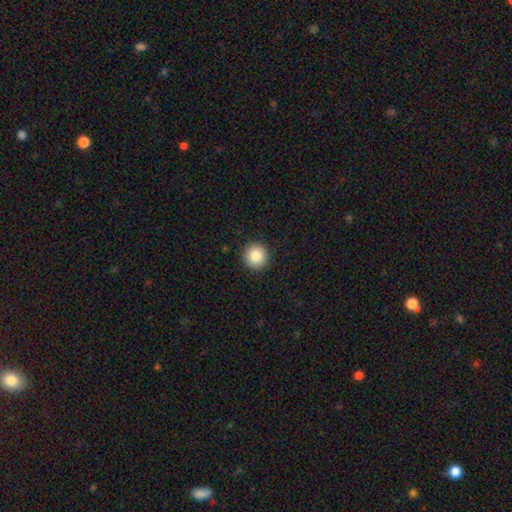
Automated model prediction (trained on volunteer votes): smooth_or_featured: smooth (p=0.86) [alt: star or artifact p=0.09]
how_rounded: round (p=0.94) [alt: in between p=0.05]
merging: none (p=0.92) [alt: minor disturbance p=0.05]